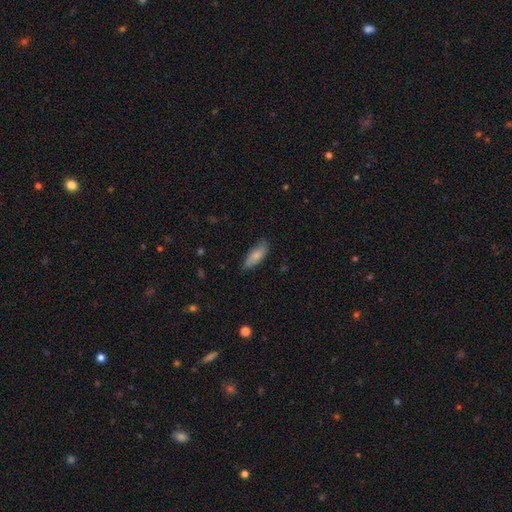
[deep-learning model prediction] smooth_or_featured: smooth (p=0.80) [alt: featured or disk p=0.14]
how_rounded: in between (p=0.75) [alt: cigar-shaped p=0.23]
merging: none (p=0.75) [alt: minor disturbance p=0.21]